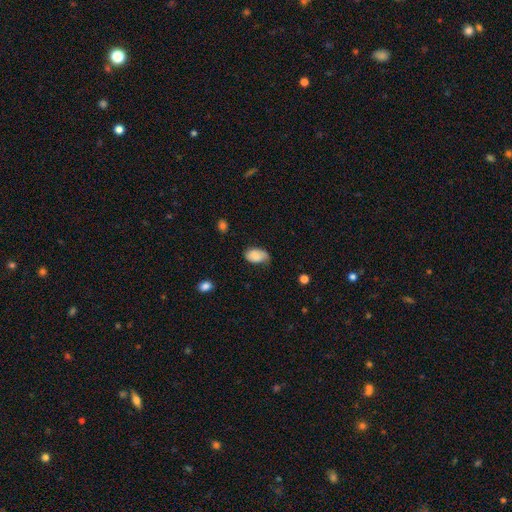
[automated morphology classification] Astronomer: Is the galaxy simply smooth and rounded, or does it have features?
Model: smooth — 80%.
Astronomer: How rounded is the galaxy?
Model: in between — 92%.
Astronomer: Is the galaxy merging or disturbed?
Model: none — 49% (runner-up: minor disturbance, 38%).